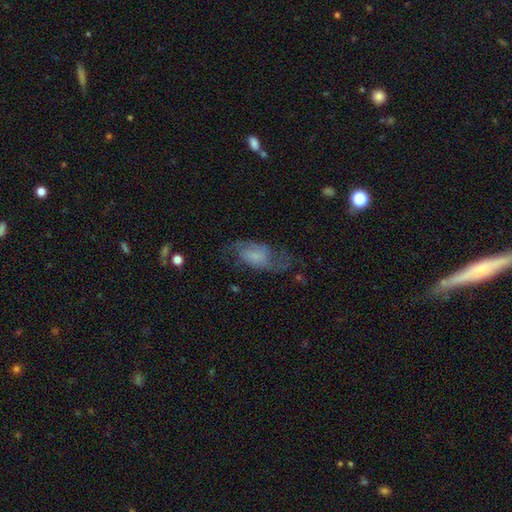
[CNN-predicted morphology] A featured or disk galaxy (57%) with no bar (56%), spiral arms (81%) and no central bulge (37%).

Vote fractions:
- Smooth or featured? featured or disk: 57% / smooth: 34% / star or artifact: 9%
- Edge-on disk? no: 93% / yes: 7%
- Bar? no: 56% / weak: 36% / strong: 8%
- Spiral arms? yes: 81% / no: 19%
- Bulge size? none: 37% / small: 30% / moderate: 21% / large: 10% / dominant: 2%
- Merging? none: 52% / minor disturbance: 23% / major disturbance: 22% / merger: 2%